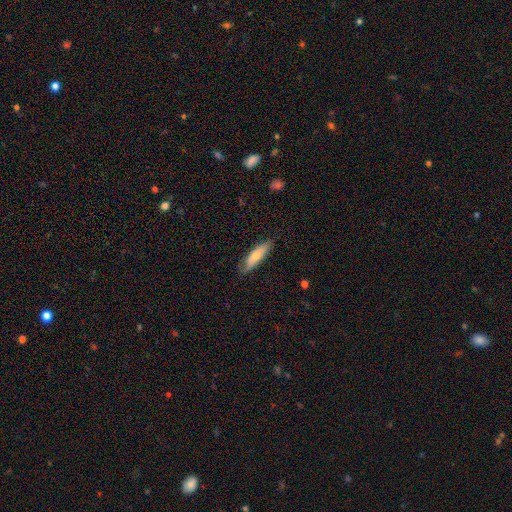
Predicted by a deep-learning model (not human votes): Smooth or featured? smooth (65%)
How rounded? cigar-shaped (56%)
Merging? none (76%)